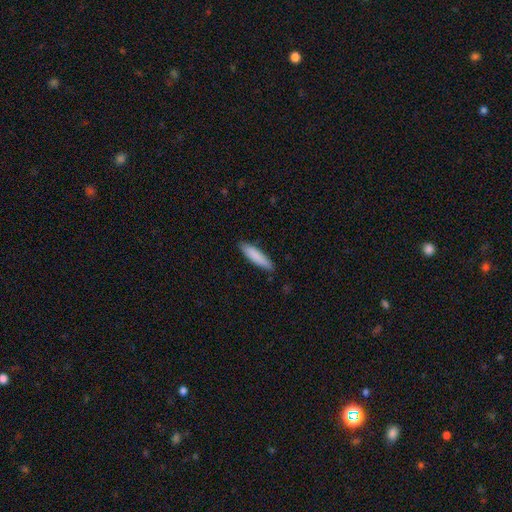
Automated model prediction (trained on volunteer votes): This is clearly a smooth galaxy (86%). How rounded: likely cigar-shaped (77%). Merging: clearly none (86%).